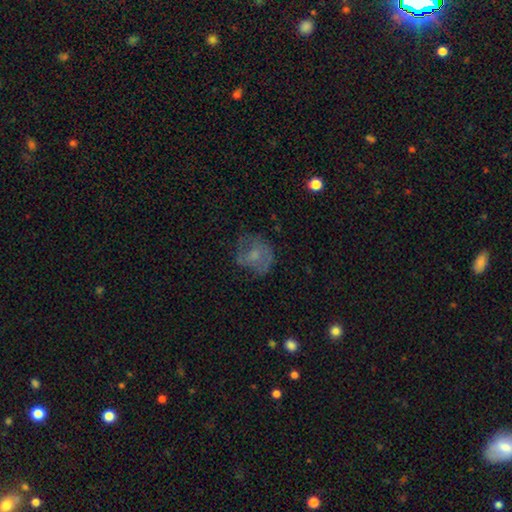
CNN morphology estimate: smooth 53%, featured or disk 36%, star or artifact 11%. Down the decision tree: how rounded — round (68%); merging — none (53%).